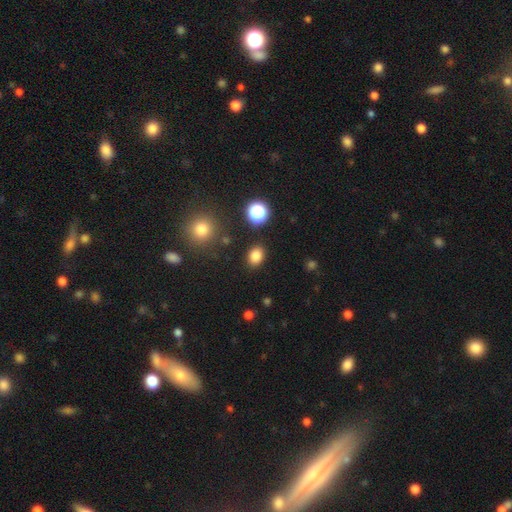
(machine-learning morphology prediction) Smooth or featured?
  - smooth: 82% *
  - star or artifact: 13%
  - featured or disk: 5%
How rounded?
  - in between: 66% *
  - round: 33%
  - cigar-shaped: 1%
Merging?
  - none: 86% *
  - minor disturbance: 9%
  - major disturbance: 3%
  - merger: 3%